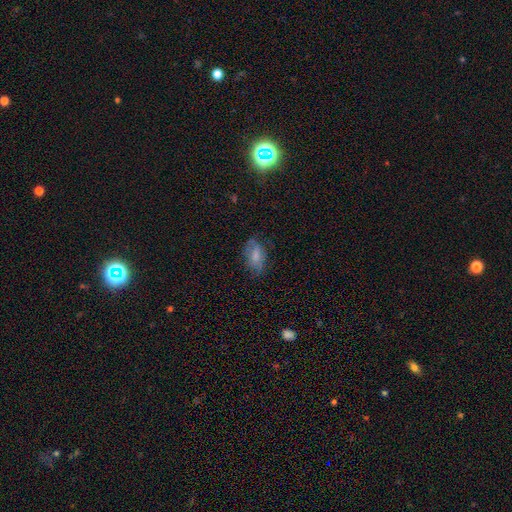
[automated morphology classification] This appears to be a smooth galaxy with no disk features (63%) that is in between round and cigar-shaped (90%). Merging: none (64%).